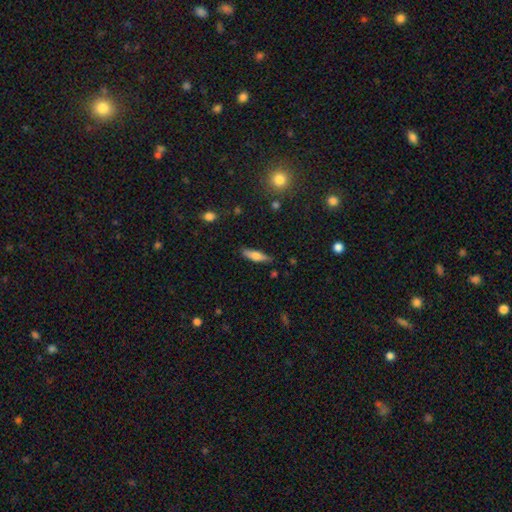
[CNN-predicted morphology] Smooth or featured? Predicted: smooth (p=0.63). How rounded? Predicted: cigar-shaped (p=0.66). Merging? Predicted: none (p=0.81).